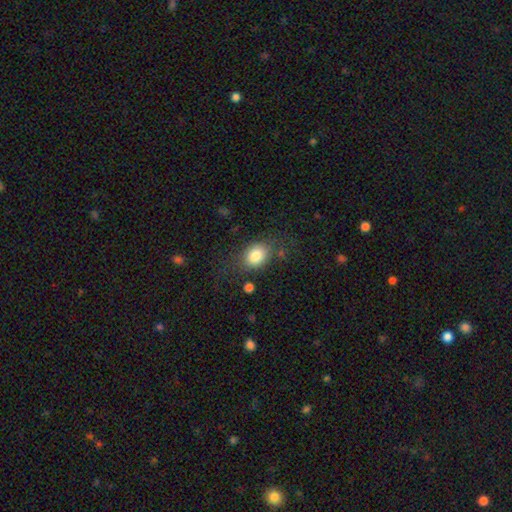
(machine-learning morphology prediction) type=smooth (82%); roundness=in between (59%); merging=none (68%).